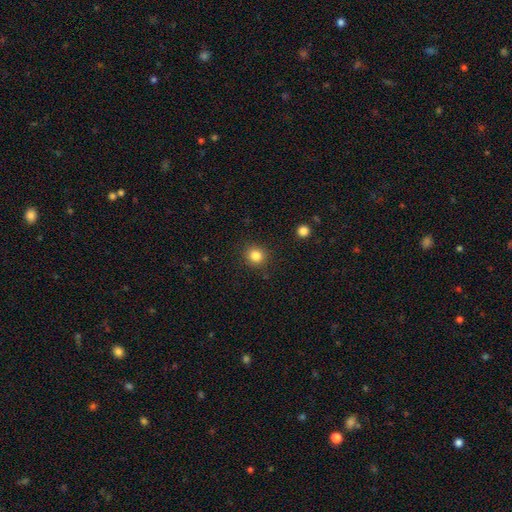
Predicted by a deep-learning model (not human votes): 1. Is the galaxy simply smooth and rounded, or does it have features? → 83% smooth, 12% star or artifact, 5% featured or disk.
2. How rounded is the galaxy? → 91% round, 8% in between, 1% cigar-shaped.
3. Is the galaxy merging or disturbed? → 91% none, 6% minor disturbance, 2% major disturbance, 1% merger.